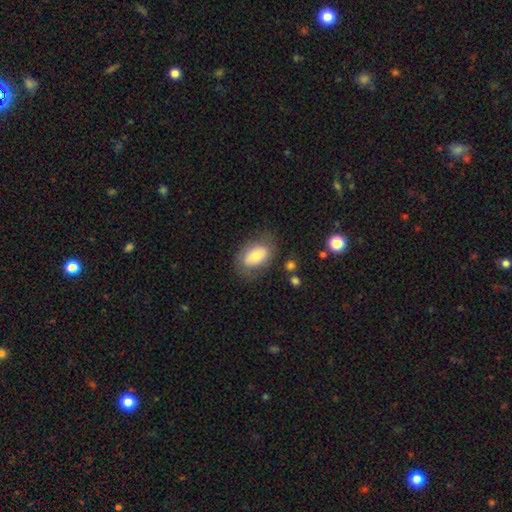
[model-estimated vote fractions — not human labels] Smooth or featured? Predicted: smooth (p=0.71). How rounded? Predicted: in between (p=0.88). Merging? Predicted: none (p=0.71).